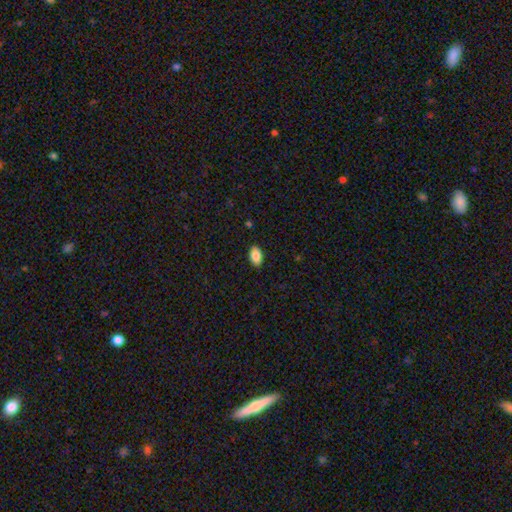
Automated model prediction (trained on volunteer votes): Smooth or featured: smooth — 87% (star or artifact — 7%)
How rounded: in between — 93% (round — 5%)
Merging: none — 89% (minor disturbance — 8%)